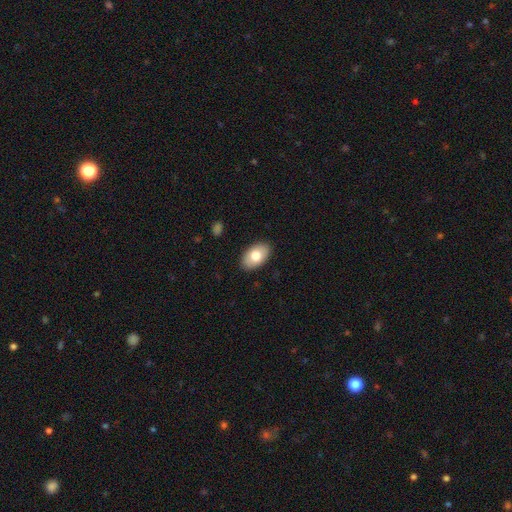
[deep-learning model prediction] A smooth galaxy with no disk features (78%) that is in between round and cigar-shaped (93%).

Vote fractions:
- Smooth or featured? smooth: 78% / featured or disk: 16% / star or artifact: 7%
- How rounded? in between: 93% / round: 6% / cigar-shaped: 1%
- Merging? none: 89% / minor disturbance: 8% / major disturbance: 2% / merger: 1%